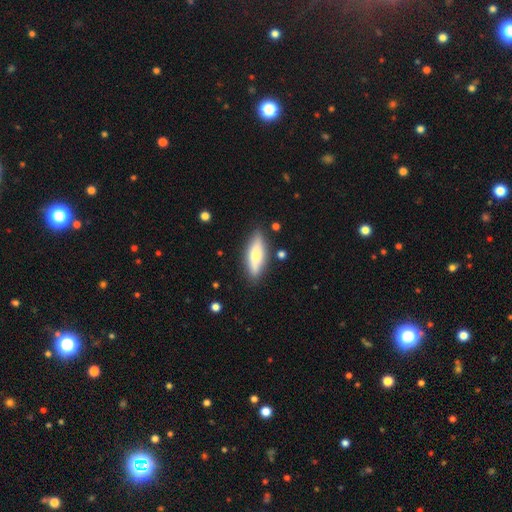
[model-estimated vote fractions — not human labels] Smooth or featured?
  - smooth: 62% *
  - featured or disk: 32%
  - star or artifact: 6%
How rounded?
  - cigar-shaped: 52% *
  - in between: 46%
  - round: 2%
Merging?
  - none: 84% *
  - minor disturbance: 11%
  - major disturbance: 3%
  - merger: 2%